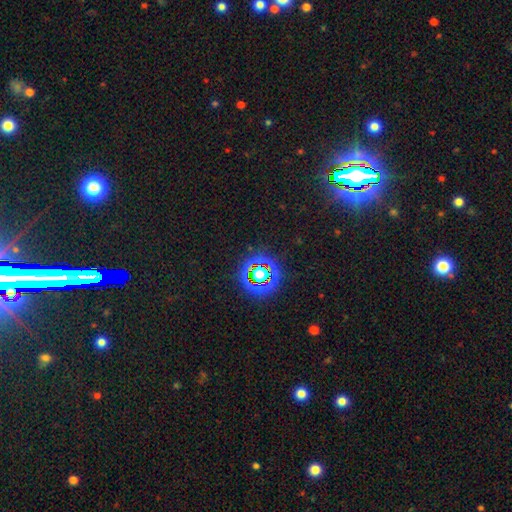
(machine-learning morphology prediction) Smooth or featured? star or artifact (69%)